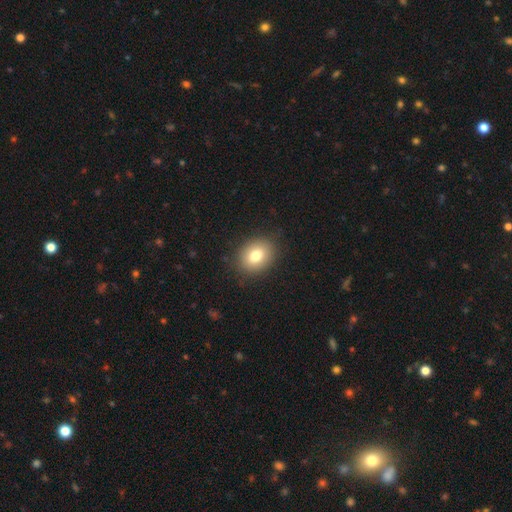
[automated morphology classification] Overall: smooth (79%). How rounded: in between (55%; round 44%). Merging: none (86%).